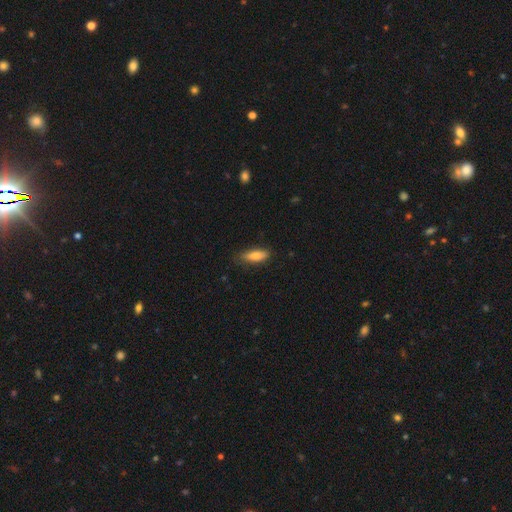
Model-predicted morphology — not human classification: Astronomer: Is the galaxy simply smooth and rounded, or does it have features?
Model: smooth — 77%.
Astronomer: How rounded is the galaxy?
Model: in between — 56% (runner-up: cigar-shaped, 42%).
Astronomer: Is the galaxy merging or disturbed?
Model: none — 79%.